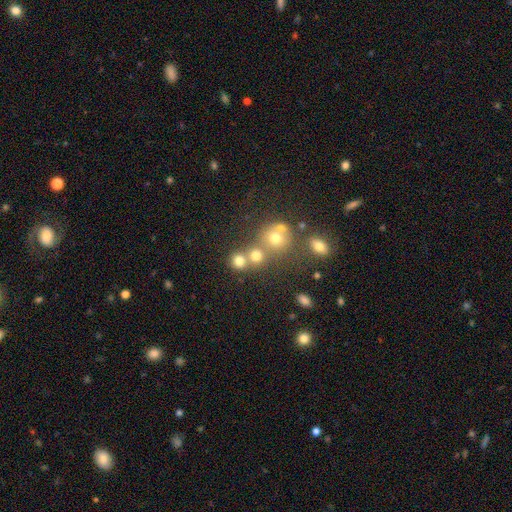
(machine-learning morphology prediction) Smooth or featured: smooth — 73% (star or artifact — 17%)
How rounded: round — 86% (in between — 13%)
Merging: none — 55% (merger — 34%)